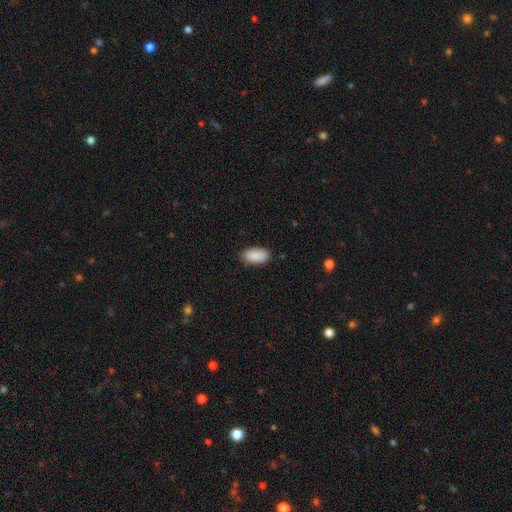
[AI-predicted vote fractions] This appears to be a smooth galaxy with no disk features (90%) that is in between round and cigar-shaped (93%). Merging: none (83%).